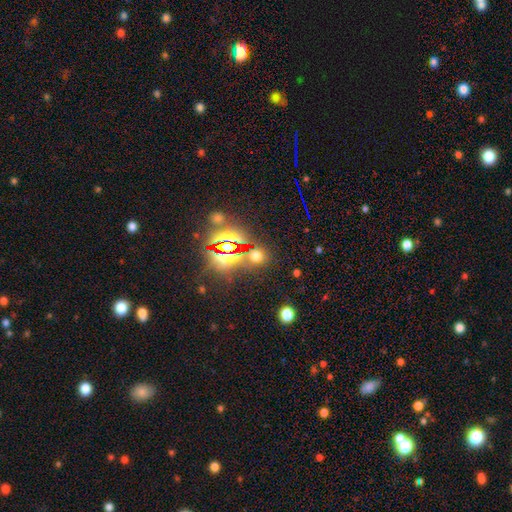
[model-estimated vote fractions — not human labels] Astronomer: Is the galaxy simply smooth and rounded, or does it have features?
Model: star or artifact — 53% (runner-up: smooth, 41%).